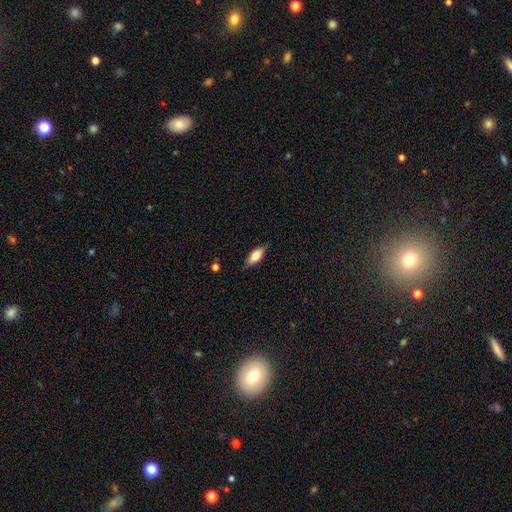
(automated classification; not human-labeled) smooth-or-featured: smooth: 73% | featured or disk: 20% | star or artifact: 7%
  how-rounded: in between: 78% | cigar-shaped: 19% | round: 3%
  merging: none: 76% | minor disturbance: 19% | major disturbance: 4% | merger: 1%